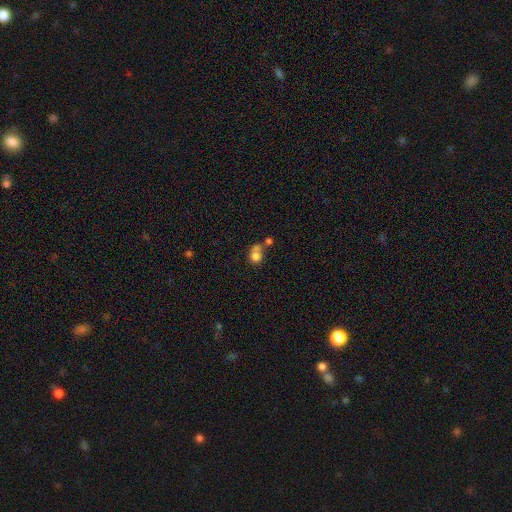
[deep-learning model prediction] Smooth or featured: smooth — 75% (featured or disk — 14%)
How rounded: round — 75% (in between — 24%)
Merging: merger — 53% (none — 31%)